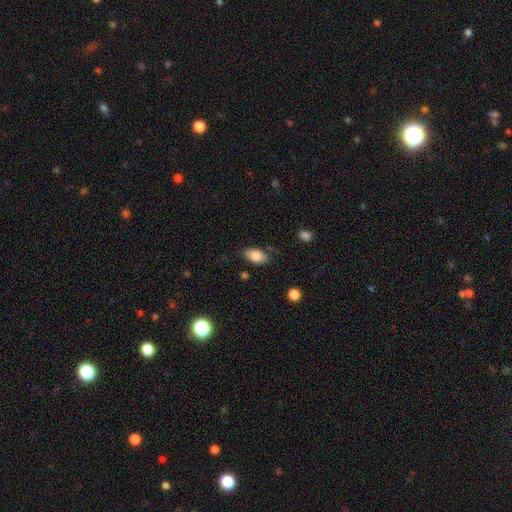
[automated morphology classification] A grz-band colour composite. It shows a smooth galaxy with no disk features (84%) that is in between round and cigar-shaped (92%). Merging: none (77%).